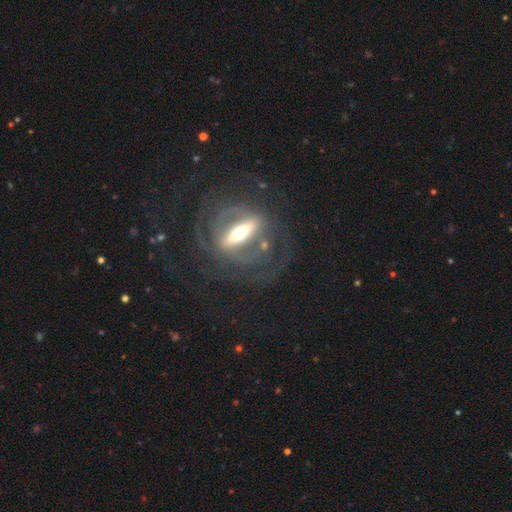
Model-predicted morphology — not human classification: This is clearly a featured or disk galaxy (84%). It is possibly viewed edge-on (53%). Merging: likely none (74%).